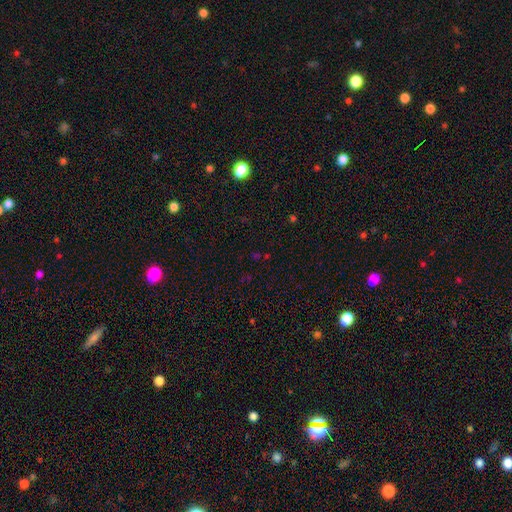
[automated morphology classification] Smooth or featured? Predicted: star or artifact (p=0.62).